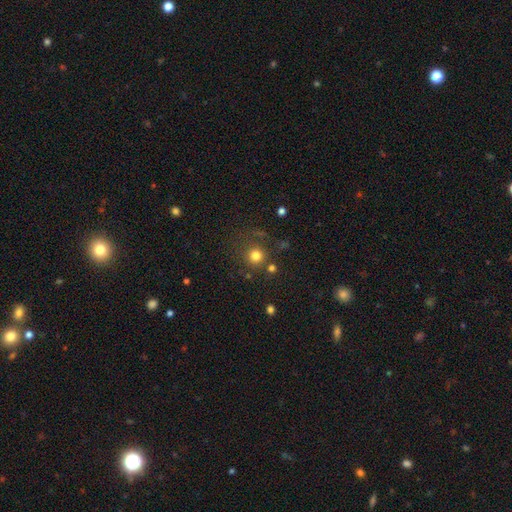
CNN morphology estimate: smooth_or_featured: smooth (p=0.78) [alt: star or artifact p=0.15]
how_rounded: round (p=0.94) [alt: in between p=0.05]
merging: none (p=0.78) [alt: minor disturbance p=0.10]